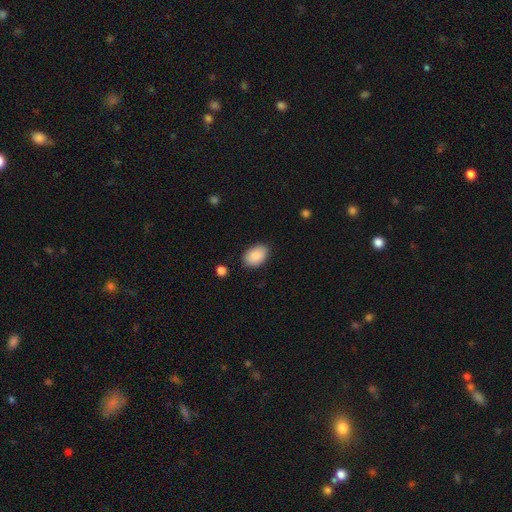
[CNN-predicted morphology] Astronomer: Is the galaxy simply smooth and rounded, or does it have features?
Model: smooth — 89%.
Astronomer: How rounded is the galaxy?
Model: in between — 87%.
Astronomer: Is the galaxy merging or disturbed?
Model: none — 85%.